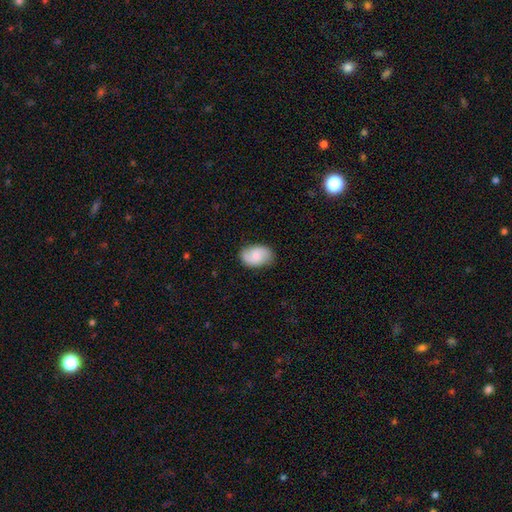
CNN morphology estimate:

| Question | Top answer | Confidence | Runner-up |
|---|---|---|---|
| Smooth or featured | smooth | 59% | featured or disk (34%) |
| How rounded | in between | 86% | round (13%) |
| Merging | none | 81% | minor disturbance (15%) |